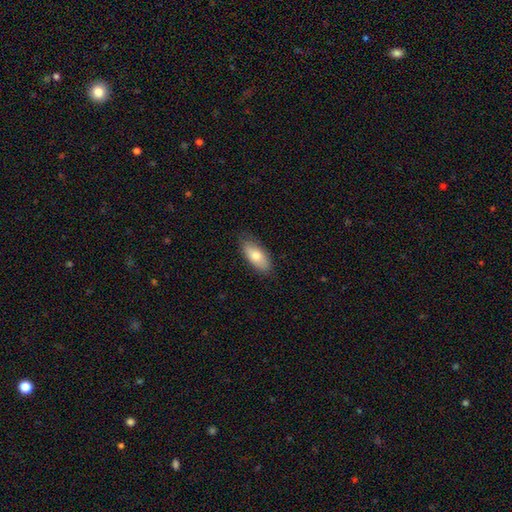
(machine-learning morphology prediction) smooth 74%, featured or disk 19%, star or artifact 6%. Down the decision tree: how rounded — in between (83%); merging — none (83%).